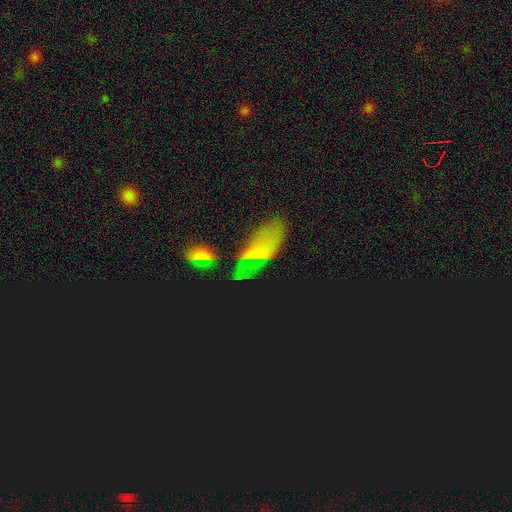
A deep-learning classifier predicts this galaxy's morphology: type=star or artifact (49%).